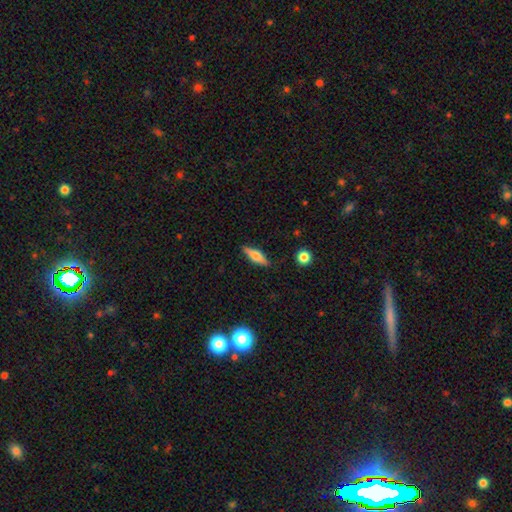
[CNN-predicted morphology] Overall: smooth (51%; featured or disk 41%). How rounded: cigar-shaped (55%; in between 42%). Merging: none (85%).